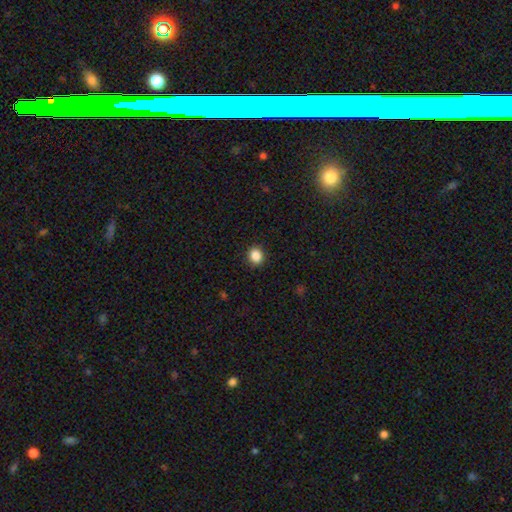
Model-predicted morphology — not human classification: Smooth or featured: smooth — 86% (star or artifact — 10%)
How rounded: round — 70% (in between — 29%)
Merging: none — 90% (minor disturbance — 7%)